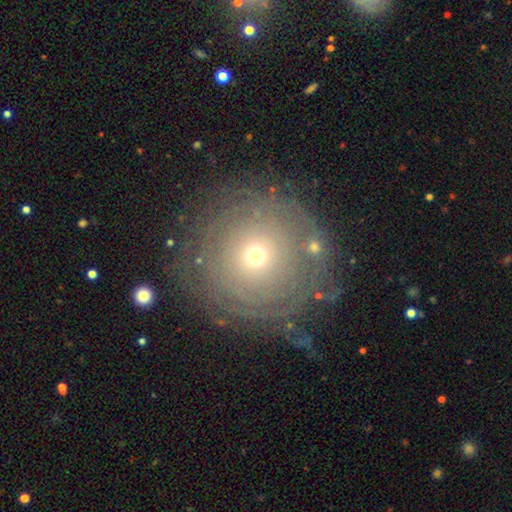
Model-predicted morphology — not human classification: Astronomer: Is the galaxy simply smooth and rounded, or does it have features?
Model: featured or disk — 63%.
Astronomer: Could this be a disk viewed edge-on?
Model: no — 96%.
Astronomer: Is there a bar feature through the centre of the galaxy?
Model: no — 87%.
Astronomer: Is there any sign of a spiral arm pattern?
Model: yes — 73%.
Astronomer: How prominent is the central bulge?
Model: small — 58% (runner-up: moderate, 36%).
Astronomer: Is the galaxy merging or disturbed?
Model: none — 77%.